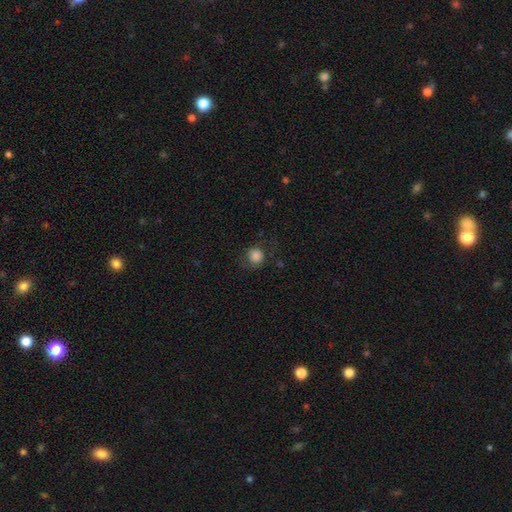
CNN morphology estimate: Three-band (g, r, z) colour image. It shows a smooth galaxy with no disk features (84%) that is round (85%). Merging: none (70%).